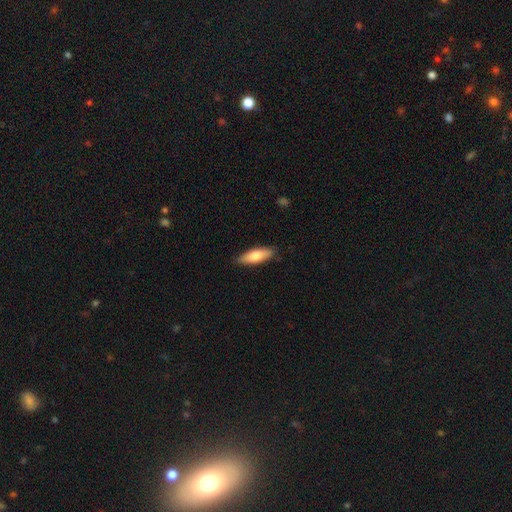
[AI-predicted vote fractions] This is likely a smooth galaxy (75%). How rounded: possibly in between (53%). Merging: clearly none (86%).